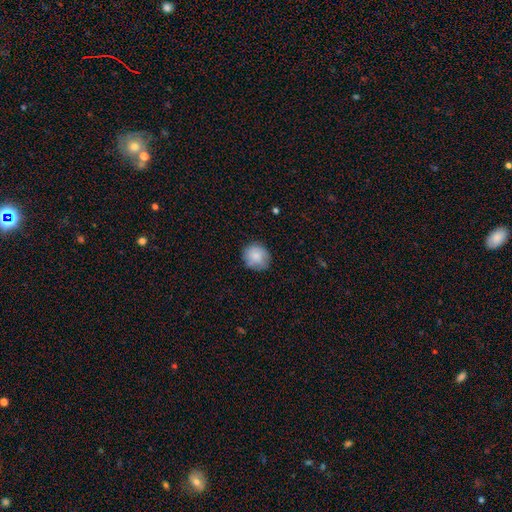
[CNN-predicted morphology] This is clearly a smooth galaxy (82%). How rounded: clearly round (87%). Merging: likely none (80%).